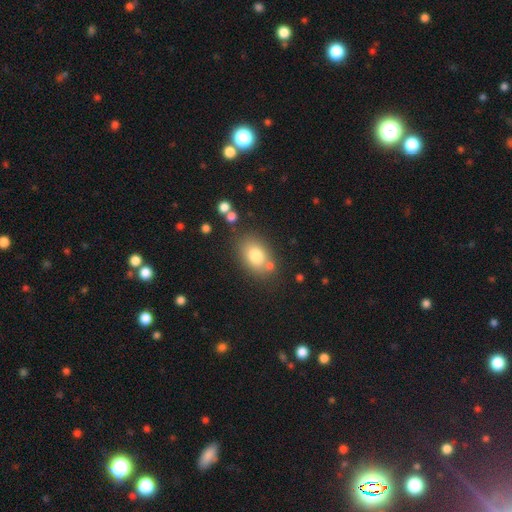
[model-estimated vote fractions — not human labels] Morphology: type=smooth (79%); roundness=in between (77%); merging=none (72%).